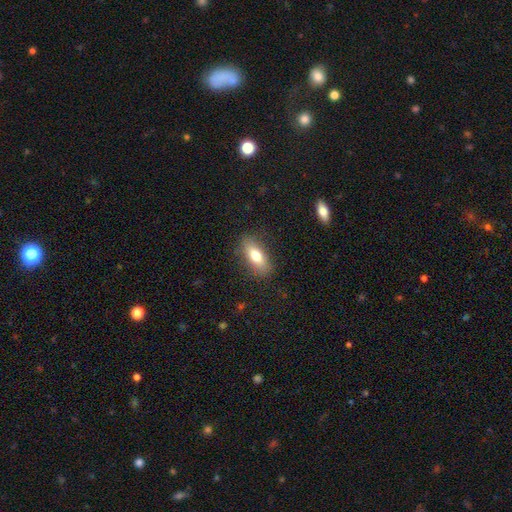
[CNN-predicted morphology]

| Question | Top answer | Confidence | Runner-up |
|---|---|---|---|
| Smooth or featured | smooth | 74% | featured or disk (18%) |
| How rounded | in between | 75% | cigar-shaped (21%) |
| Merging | none | 85% | minor disturbance (11%) |